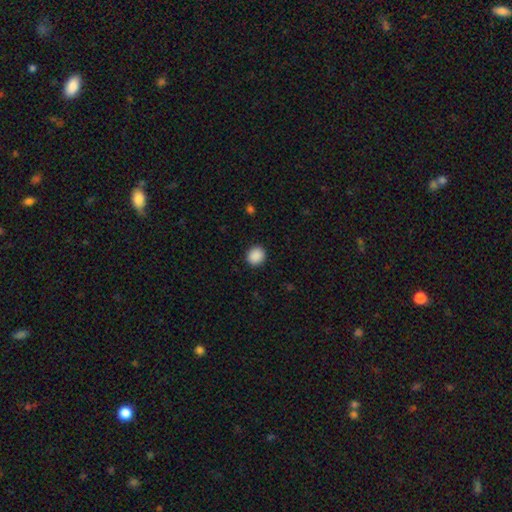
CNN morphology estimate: Smooth or featured?
  - smooth: 89% *
  - star or artifact: 9%
  - featured or disk: 2%
How rounded?
  - round: 82% *
  - in between: 17%
  - cigar-shaped: 1%
Merging?
  - none: 91% *
  - minor disturbance: 6%
  - major disturbance: 2%
  - merger: 1%